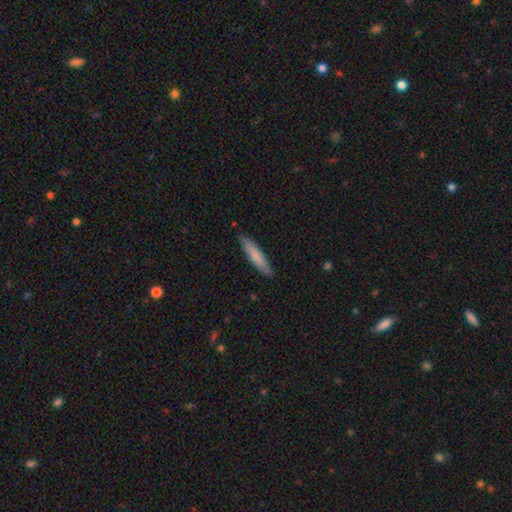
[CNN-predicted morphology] smooth 77%, featured or disk 18%, star or artifact 5%. Down the decision tree: how rounded — cigar-shaped (89%); merging — none (89%).